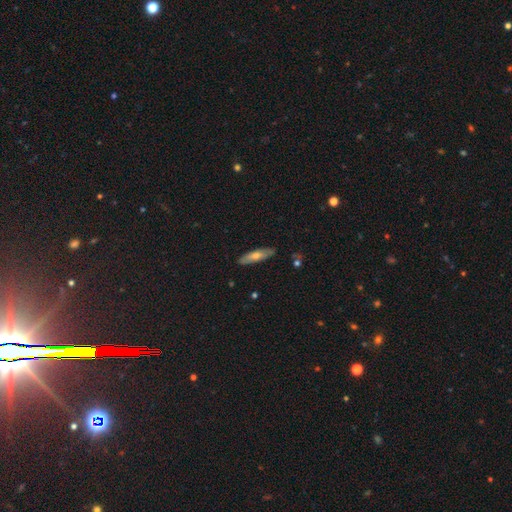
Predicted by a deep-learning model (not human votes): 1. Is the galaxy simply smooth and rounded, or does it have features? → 52% smooth, 41% featured or disk, 6% star or artifact.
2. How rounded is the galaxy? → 68% cigar-shaped, 29% in between, 2% round.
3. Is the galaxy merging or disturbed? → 86% none, 11% minor disturbance, 2% major disturbance, 1% merger.